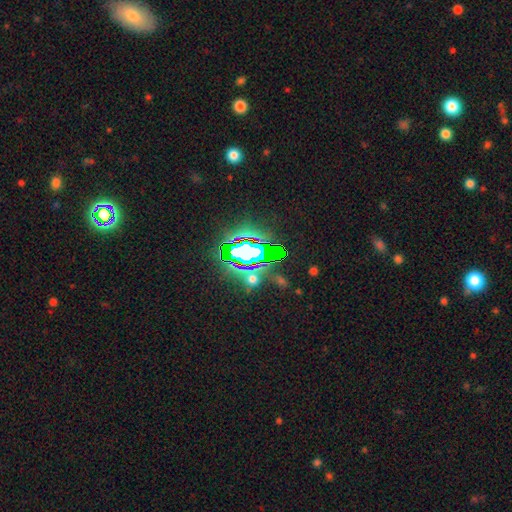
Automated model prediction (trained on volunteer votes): Overall: star or artifact (74%).